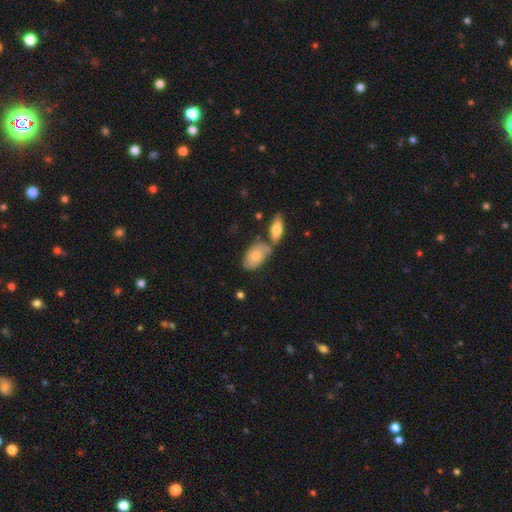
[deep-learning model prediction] This appears to be a smooth galaxy with no disk features (68%) that is in between round and cigar-shaped (92%). Merging: none (51%).